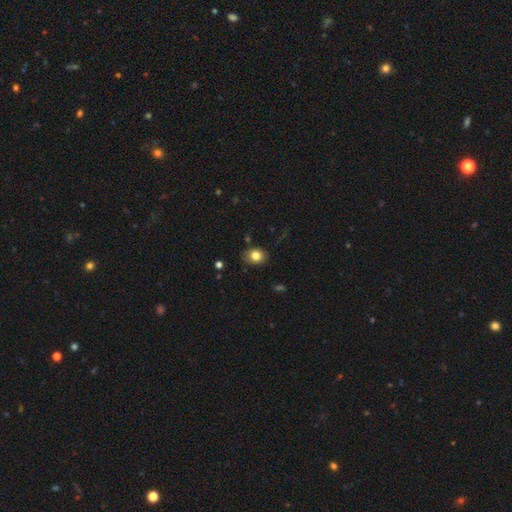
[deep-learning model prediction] smooth_or_featured: smooth (p=0.81) [alt: star or artifact p=0.10]
how_rounded: in between (p=0.51) [alt: round p=0.48]
merging: none (p=0.82) [alt: minor disturbance p=0.14]